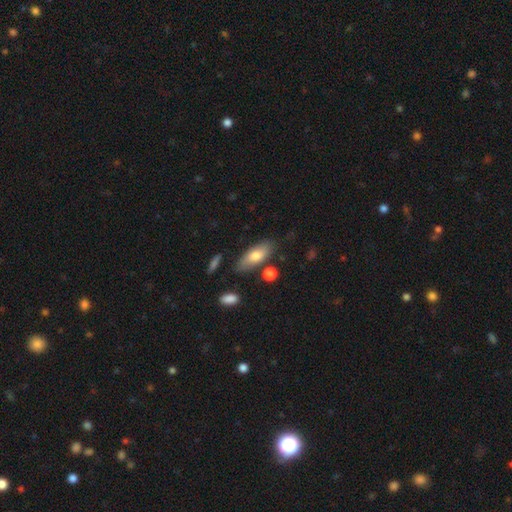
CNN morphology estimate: Q: Smooth or featured?
A: smooth (74%); runner-up: featured or disk (20%)
Q: How rounded?
A: in between (76%); runner-up: cigar-shaped (21%)
Q: Merging?
A: none (75%); runner-up: minor disturbance (16%)